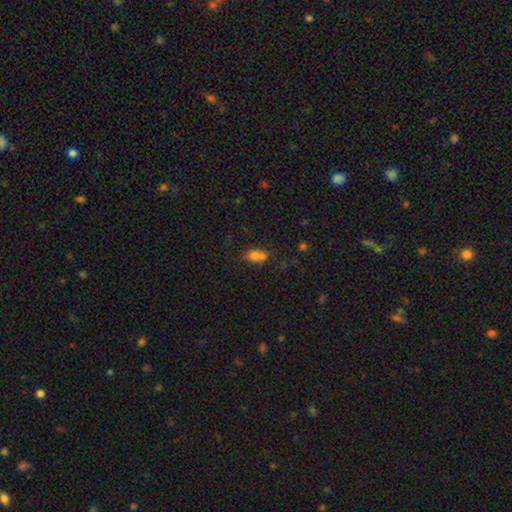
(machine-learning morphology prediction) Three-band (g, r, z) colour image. It shows a smooth galaxy with no disk features (70%) that is in between round and cigar-shaped (60%). Merging: merger (47%).